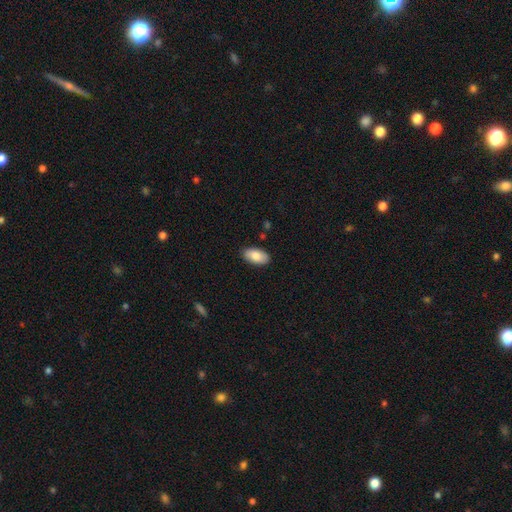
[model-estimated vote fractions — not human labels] Smooth or featured: smooth — 83% (featured or disk — 11%)
How rounded: in between — 95% (round — 3%)
Merging: none — 88% (minor disturbance — 9%)